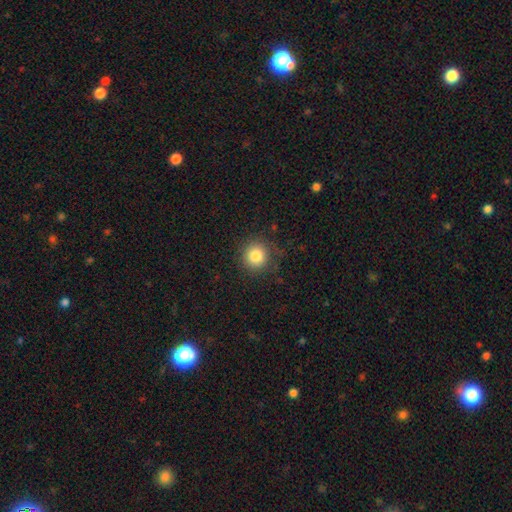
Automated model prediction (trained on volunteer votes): Overall: smooth (82%). How rounded: round (91%). Merging: none (84%).